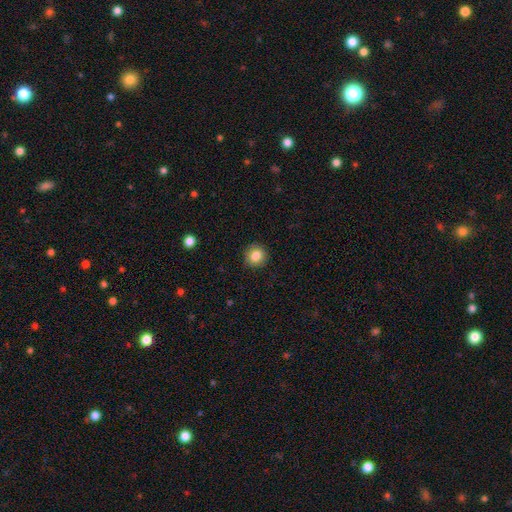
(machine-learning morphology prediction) Smooth or featured? smooth (84%)
How rounded? round (88%)
Merging? none (90%)